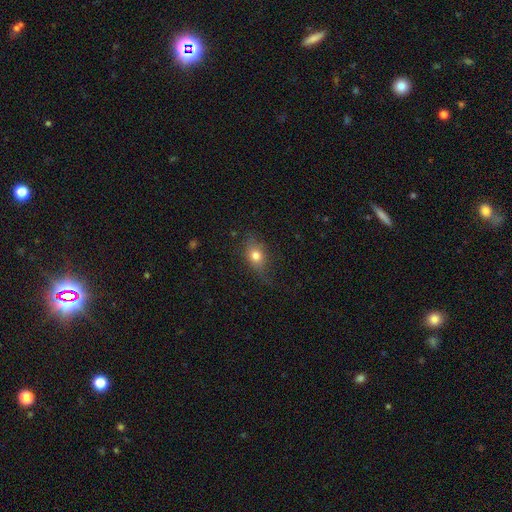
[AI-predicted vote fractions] Q: Smooth or featured?
A: smooth (75%); runner-up: featured or disk (14%)
Q: How rounded?
A: in between (67%); runner-up: round (29%)
Q: Merging?
A: none (63%); runner-up: minor disturbance (26%)